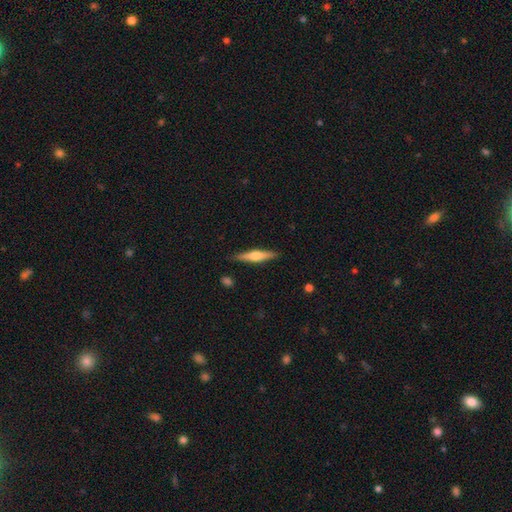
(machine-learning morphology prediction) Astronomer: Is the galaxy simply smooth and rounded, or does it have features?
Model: featured or disk — 53% (runner-up: smooth, 41%).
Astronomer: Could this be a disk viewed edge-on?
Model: yes — 96%.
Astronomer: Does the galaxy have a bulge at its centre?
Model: rounded — 87%.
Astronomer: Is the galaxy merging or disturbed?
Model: none — 89%.